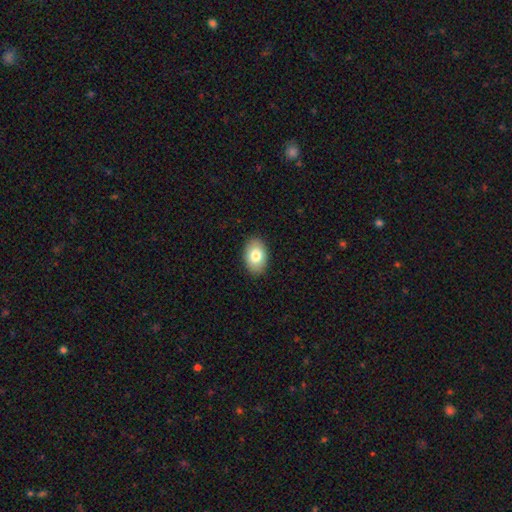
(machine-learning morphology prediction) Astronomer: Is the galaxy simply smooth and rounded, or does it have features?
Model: smooth — 80%.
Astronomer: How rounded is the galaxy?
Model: in between — 88%.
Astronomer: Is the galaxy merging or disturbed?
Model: none — 89%.